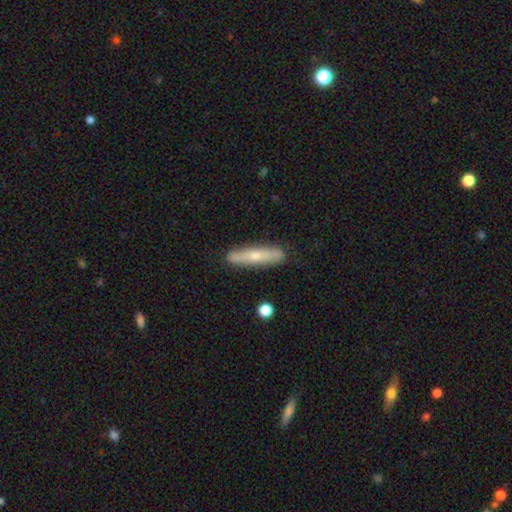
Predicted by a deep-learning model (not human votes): The model was most divided on "smooth or featured": smooth: 49%, featured or disk: 45%, star or artifact: 6%. More confident: merging — none (86%).